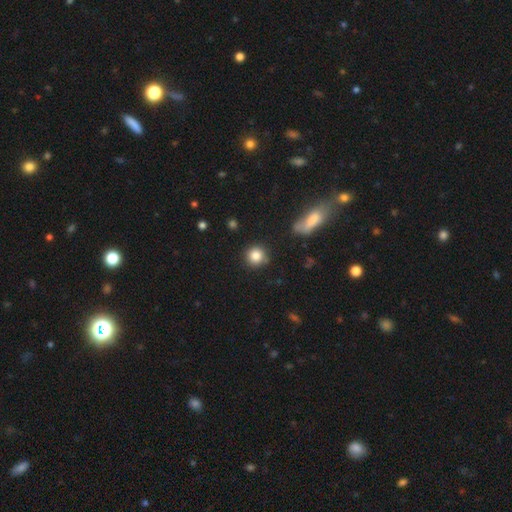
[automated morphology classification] smooth-or-featured: smooth: 84% | star or artifact: 10% | featured or disk: 6%
  how-rounded: round: 92% | in between: 7% | cigar-shaped: 1%
  merging: none: 84% | minor disturbance: 10% | merger: 3% | major disturbance: 3%